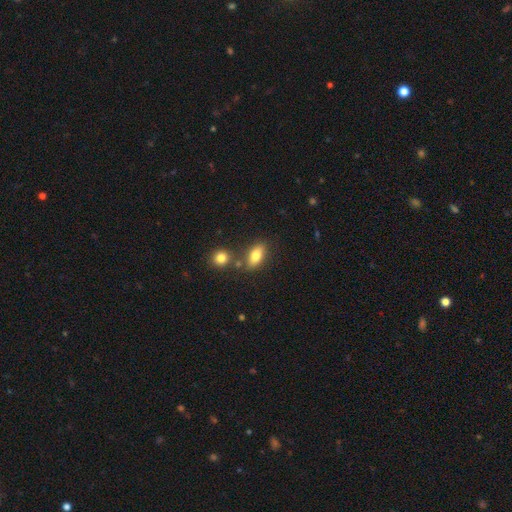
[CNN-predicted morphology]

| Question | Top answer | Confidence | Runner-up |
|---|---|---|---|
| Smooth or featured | smooth | 80% | featured or disk (12%) |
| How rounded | in between | 85% | cigar-shaped (9%) |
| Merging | none | 71% | merger (14%) |